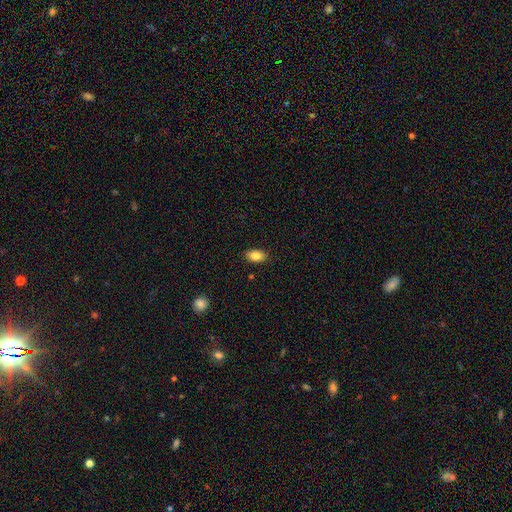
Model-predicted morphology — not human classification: Overall: smooth (84%). How rounded: in between (91%). Merging: none (88%).